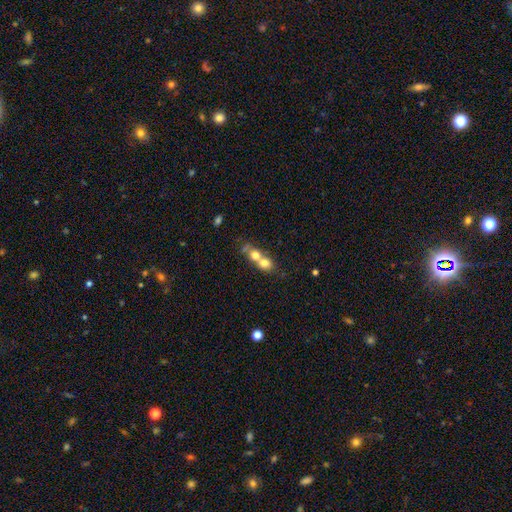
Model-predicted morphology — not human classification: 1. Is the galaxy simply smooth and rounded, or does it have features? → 69% smooth, 21% featured or disk, 10% star or artifact.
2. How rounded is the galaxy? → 63% round, 34% in between, 3% cigar-shaped.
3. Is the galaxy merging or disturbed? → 74% merger, 18% none, 5% minor disturbance, 3% major disturbance.